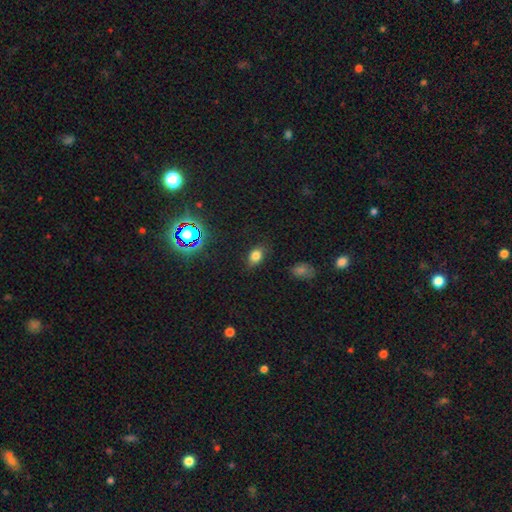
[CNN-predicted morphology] smooth_or_featured: smooth (p=0.76) [alt: star or artifact p=0.16]
how_rounded: in between (p=0.77) [alt: round p=0.21]
merging: none (p=0.79) [alt: minor disturbance p=0.16]